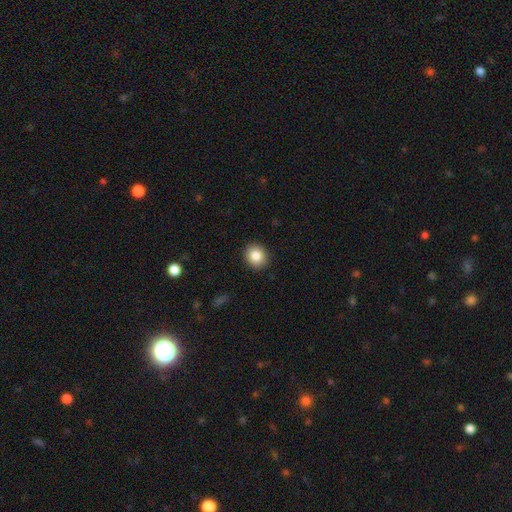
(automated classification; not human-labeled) smooth_or_featured: smooth (p=0.85) [alt: star or artifact p=0.09]
how_rounded: round (p=0.77) [alt: in between p=0.22]
merging: none (p=0.91) [alt: minor disturbance p=0.06]